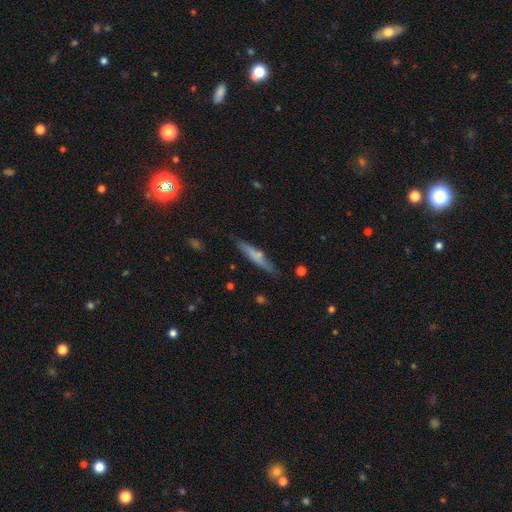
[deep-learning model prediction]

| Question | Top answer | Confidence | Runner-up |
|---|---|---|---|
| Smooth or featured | smooth | 59% | featured or disk (35%) |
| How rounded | cigar-shaped | 90% | in between (8%) |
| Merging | none | 82% | minor disturbance (12%) |